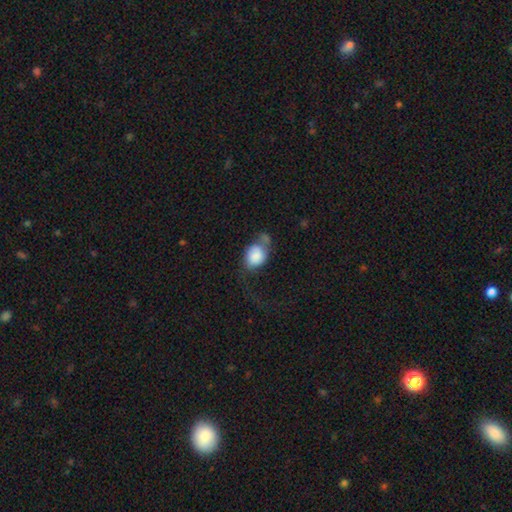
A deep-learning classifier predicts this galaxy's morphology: This appears to be a smooth galaxy with no disk features (75%) that is in between round and cigar-shaped (62%). Merging: major disturbance (29%).